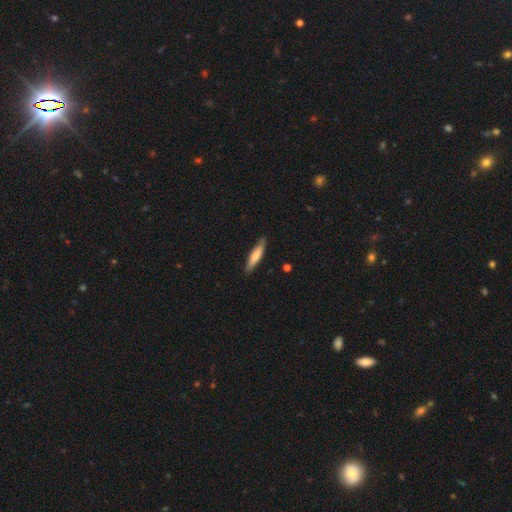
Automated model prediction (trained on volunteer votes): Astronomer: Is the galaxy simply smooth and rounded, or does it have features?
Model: smooth — 69%.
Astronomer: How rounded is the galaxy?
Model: cigar-shaped — 85%.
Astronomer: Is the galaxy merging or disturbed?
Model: none — 87%.